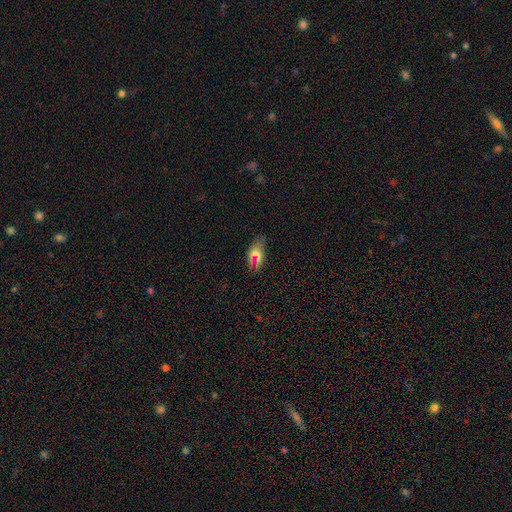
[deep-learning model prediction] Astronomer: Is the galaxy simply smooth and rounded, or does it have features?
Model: smooth — 60%.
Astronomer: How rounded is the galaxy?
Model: in between — 85%.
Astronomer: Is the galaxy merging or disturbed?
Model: none — 68%.